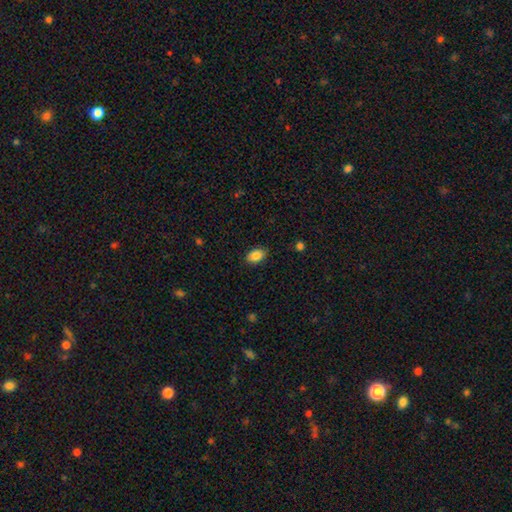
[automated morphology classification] The model was most divided on "how rounded": in between: 84%, round: 15%, cigar-shaped: 1%. More confident: merging — none (85%); smooth or featured — smooth (85%).